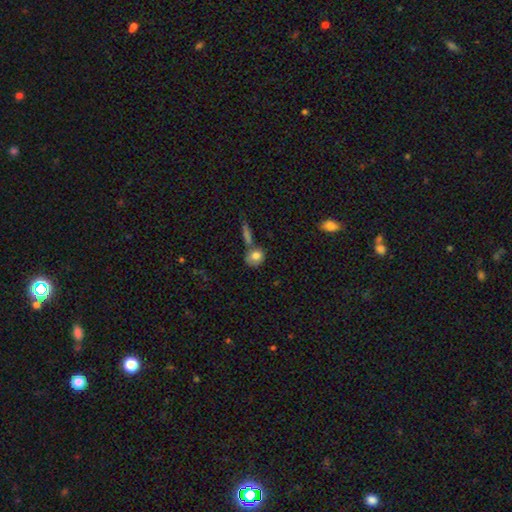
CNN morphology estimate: Overall: smooth (80%). How rounded: round (64%; in between 33%). Merging: none (51%; merger 27%).